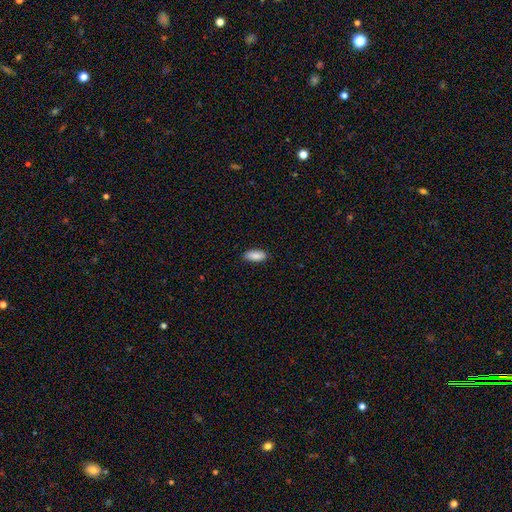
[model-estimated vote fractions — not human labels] smooth-or-featured: smooth: 87% | featured or disk: 6% | star or artifact: 6%
  how-rounded: in between: 85% | cigar-shaped: 13% | round: 2%
  merging: none: 86% | minor disturbance: 11% | major disturbance: 2% | merger: 1%